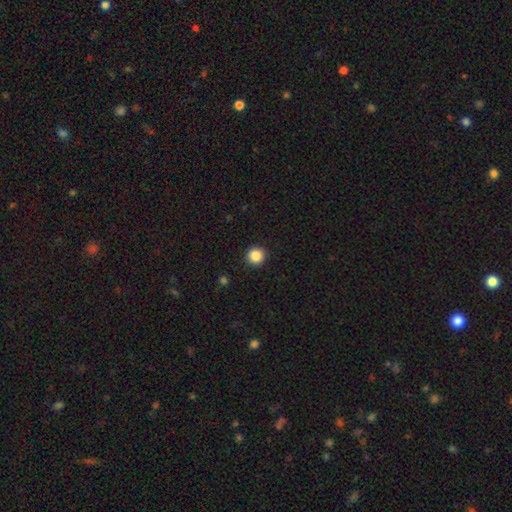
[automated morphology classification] type=smooth (86%); roundness=round (94%); merging=none (93%).